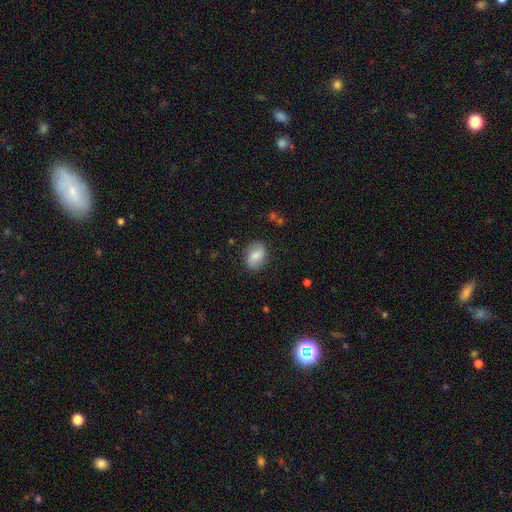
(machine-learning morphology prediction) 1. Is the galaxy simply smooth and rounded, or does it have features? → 64% smooth, 28% featured or disk, 8% star or artifact.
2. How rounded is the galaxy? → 72% in between, 26% round, 2% cigar-shaped.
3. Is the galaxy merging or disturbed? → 81% none, 14% minor disturbance, 4% major disturbance, 1% merger.